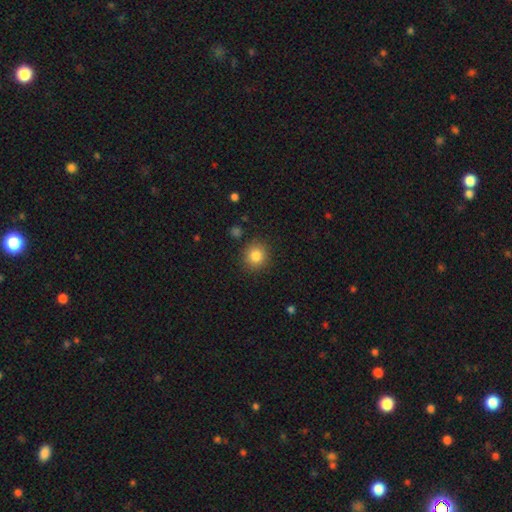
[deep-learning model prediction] A smooth galaxy with no disk features (84%) that is round (89%).

Vote fractions:
- Smooth or featured? smooth: 84% / star or artifact: 10% / featured or disk: 6%
- How rounded? round: 89% / in between: 10% / cigar-shaped: 1%
- Merging? none: 88% / minor disturbance: 8% / major disturbance: 3% / merger: 2%